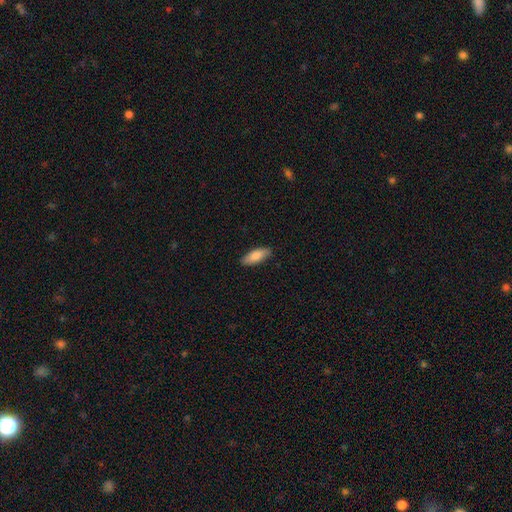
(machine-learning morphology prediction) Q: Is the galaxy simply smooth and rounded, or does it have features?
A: smooth — 84%.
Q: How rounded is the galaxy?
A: in between — 71%.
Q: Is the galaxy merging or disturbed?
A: none — 87%.